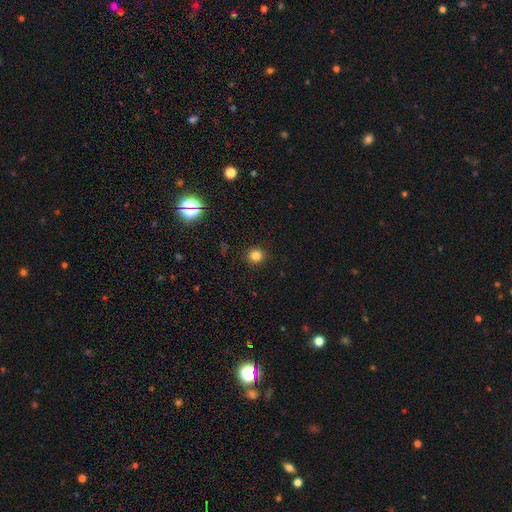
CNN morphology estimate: smooth_or_featured: smooth (p=0.81) [alt: star or artifact p=0.14]
how_rounded: round (p=0.91) [alt: in between p=0.08]
merging: none (p=0.91) [alt: minor disturbance p=0.06]